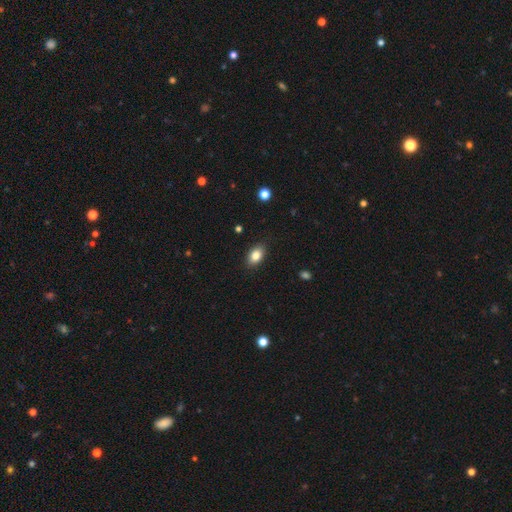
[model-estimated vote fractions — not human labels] This is clearly a smooth galaxy (83%). How rounded: clearly in between (88%). Merging: clearly none (87%).